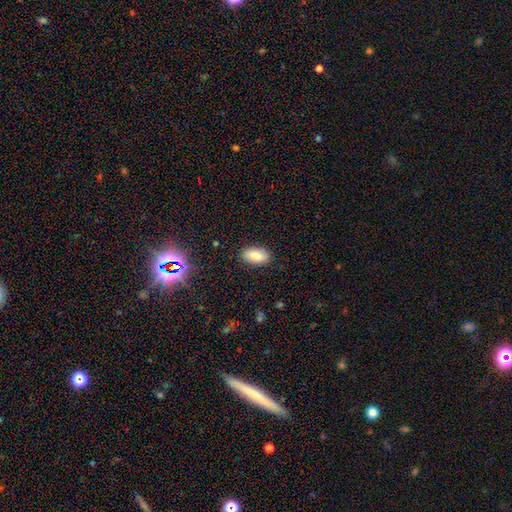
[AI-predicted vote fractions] Overall: smooth (86%). How rounded: in between (91%). Merging: none (86%).